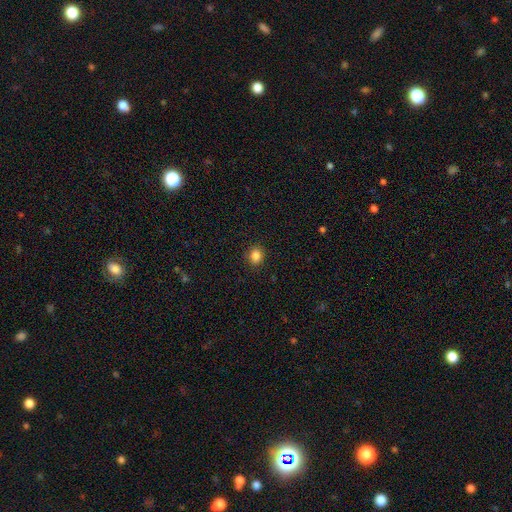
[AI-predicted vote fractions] Overall: smooth (85%). How rounded: round (71%). Merging: none (90%).